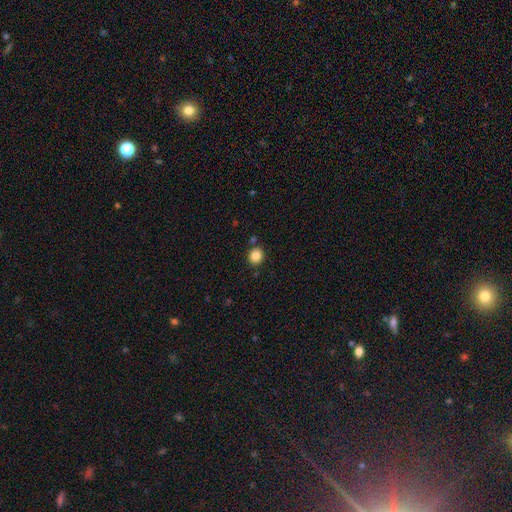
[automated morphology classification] The model was most divided on "how rounded": round: 79%, in between: 20%, cigar-shaped: 1%. More confident: merging — none (85%); smooth or featured — smooth (85%).